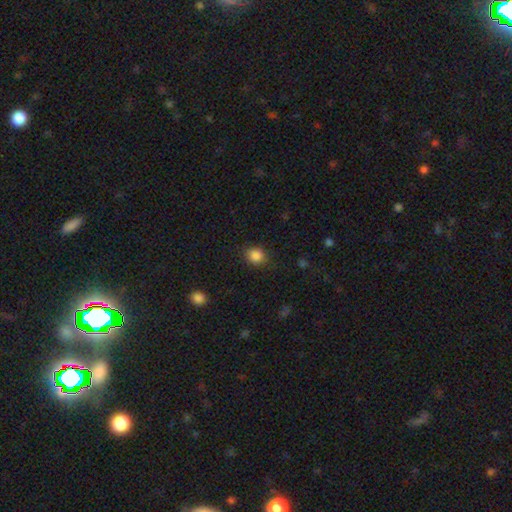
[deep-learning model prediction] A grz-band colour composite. It shows a smooth galaxy with no disk features (86%) that is round (75%). Merging: none (85%).